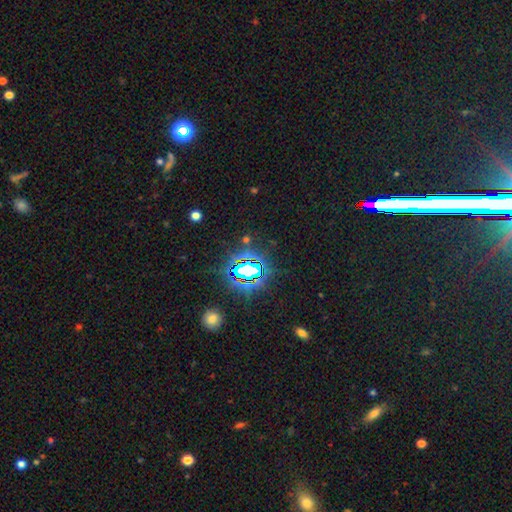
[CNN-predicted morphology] type=star or artifact (80%).